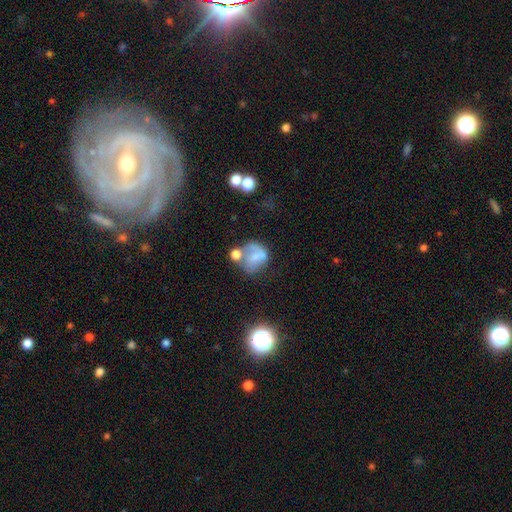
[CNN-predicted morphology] type=smooth (56%); roundness=round (64%); merging=none (28%, tied with merger).